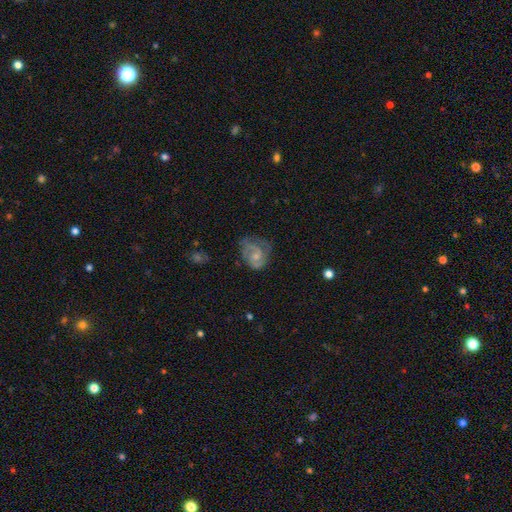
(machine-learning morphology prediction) Overall: featured or disk (63%; smooth 29%). Edge-on disk: no (98%). Bar: no (63%; weak 32%). Spiral arms: yes (83%). Spiral arm count: 2 (56%; can't tell 22%). Spiral winding: medium (45%; tight 37%). Bulge size: small (50%; moderate 36%). Merging: none (46%; minor disturbance 29%).